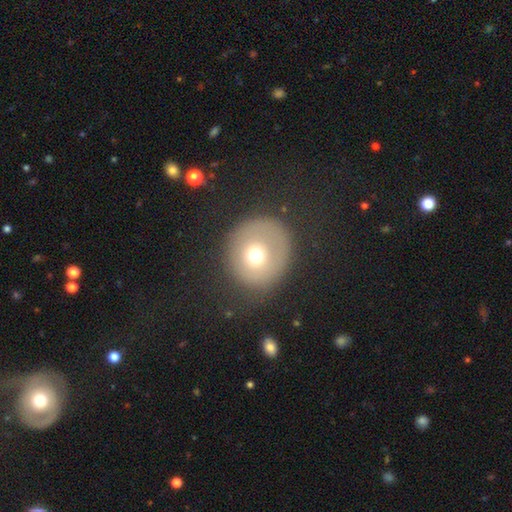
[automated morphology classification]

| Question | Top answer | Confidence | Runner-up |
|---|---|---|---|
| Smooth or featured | smooth | 64% | featured or disk (23%) |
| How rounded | round | 83% | in between (16%) |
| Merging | none | 64% | minor disturbance (18%) |